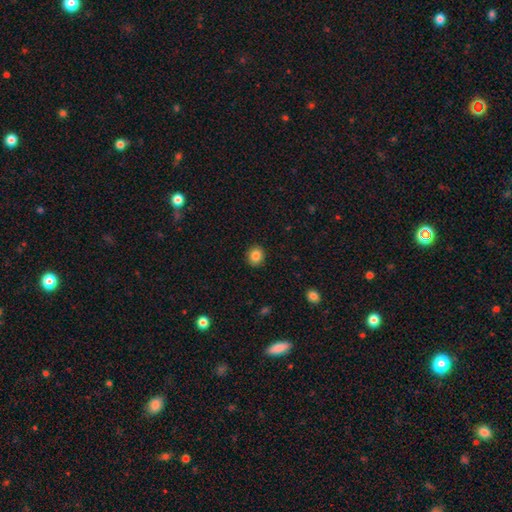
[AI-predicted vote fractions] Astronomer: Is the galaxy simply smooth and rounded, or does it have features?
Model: smooth — 85%.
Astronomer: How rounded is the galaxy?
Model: round — 77%.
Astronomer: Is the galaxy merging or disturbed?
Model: none — 91%.